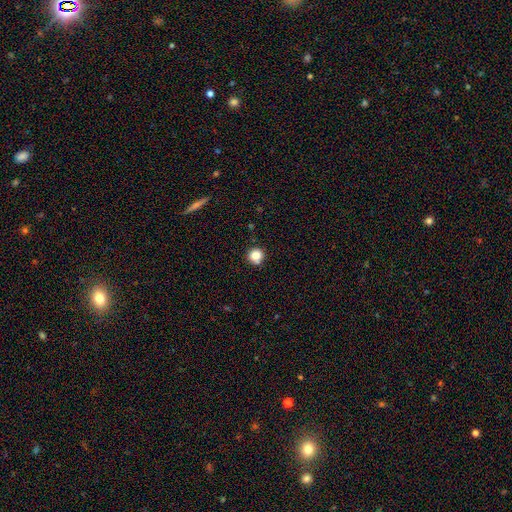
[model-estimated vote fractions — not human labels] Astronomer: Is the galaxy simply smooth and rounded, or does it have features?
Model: smooth — 83%.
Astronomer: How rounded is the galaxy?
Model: round — 94%.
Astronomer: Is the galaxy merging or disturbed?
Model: none — 85%.